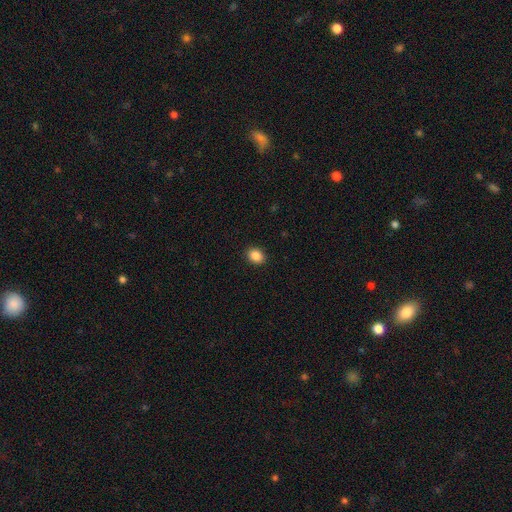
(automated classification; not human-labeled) smooth_or_featured: smooth (p=0.88) [alt: star or artifact p=0.09]
how_rounded: in between (p=0.53) [alt: round p=0.47]
merging: none (p=0.91) [alt: minor disturbance p=0.06]